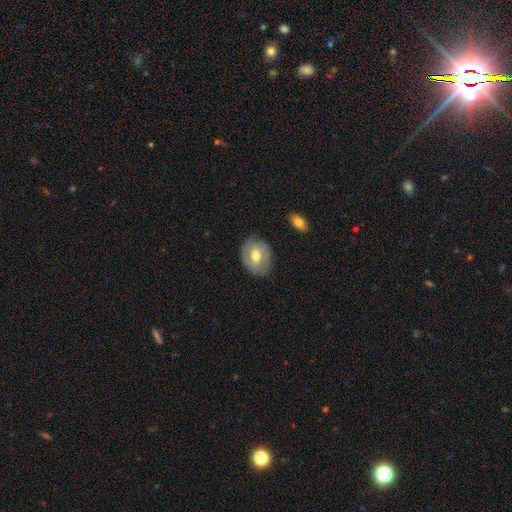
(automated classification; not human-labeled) Q: Smooth or featured?
A: featured or disk (54%); runner-up: smooth (40%)
Q: Edge-on disk?
A: no (94%); runner-up: yes (6%)
Q: Bar?
A: weak (44%); runner-up: no (38%)
Q: Spiral arms?
A: yes (55%); runner-up: no (45%)
Q: Bulge size?
A: moderate (76%); runner-up: small (13%)
Q: Merging?
A: none (74%); runner-up: minor disturbance (19%)